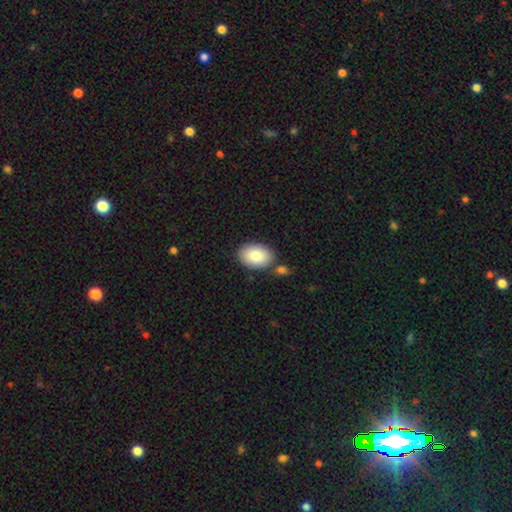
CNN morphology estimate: A smooth galaxy with no disk features (86%) that is in between round and cigar-shaped (89%).

Vote fractions:
- Smooth or featured? smooth: 86% / featured or disk: 8% / star or artifact: 6%
- How rounded? in between: 89% / round: 10% / cigar-shaped: 1%
- Merging? none: 77% / minor disturbance: 12% / merger: 8% / major disturbance: 3%